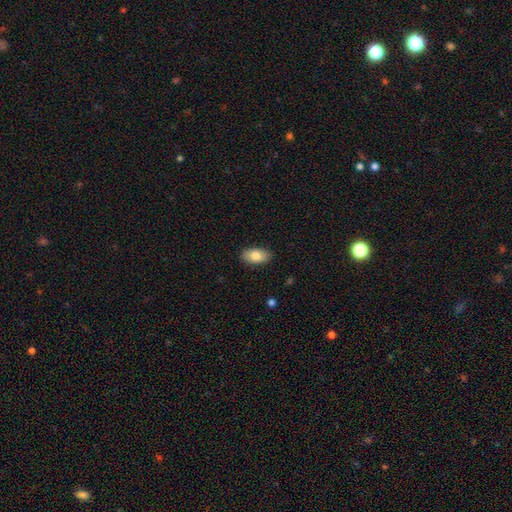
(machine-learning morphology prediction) This appears to be a smooth galaxy with no disk features (80%) that is in between round and cigar-shaped (93%). Merging: none (89%).